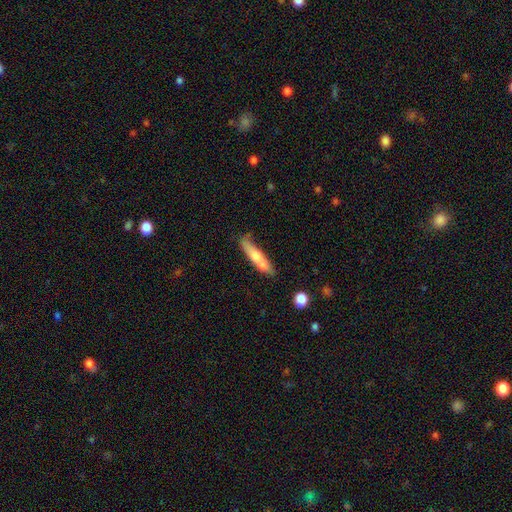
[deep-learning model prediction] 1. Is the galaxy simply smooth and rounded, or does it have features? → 59% smooth, 35% featured or disk, 6% star or artifact.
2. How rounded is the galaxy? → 76% cigar-shaped, 21% in between, 3% round.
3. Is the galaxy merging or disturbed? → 38% none, 35% merger, 18% minor disturbance, 9% major disturbance.